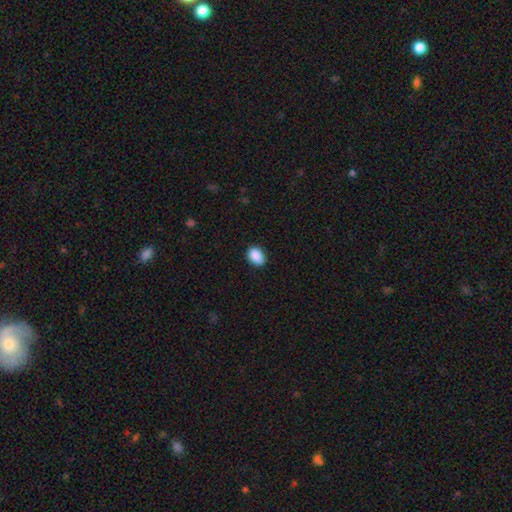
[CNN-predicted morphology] This is clearly a smooth galaxy (89%). How rounded: likely in between (80%). Merging: clearly none (85%).